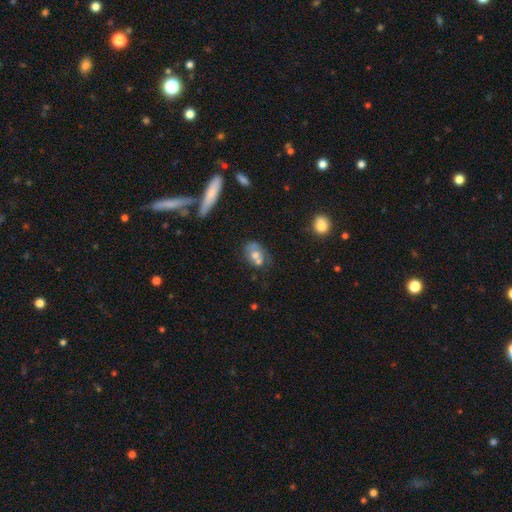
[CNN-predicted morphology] type=smooth (58%); roundness=in between (60%); merging=none (42%).